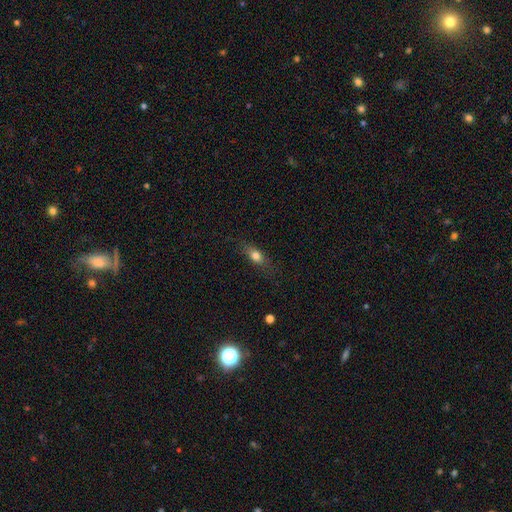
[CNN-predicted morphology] Smooth or featured? smooth (73%)
How rounded? in between (64%)
Merging? none (77%)